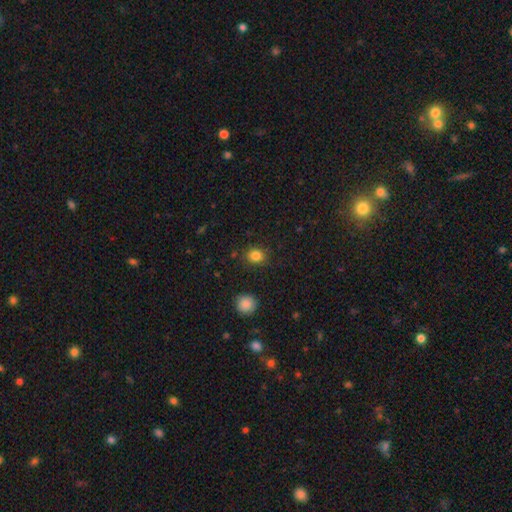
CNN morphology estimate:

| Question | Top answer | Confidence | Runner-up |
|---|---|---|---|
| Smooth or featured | smooth | 83% | star or artifact (12%) |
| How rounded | round | 64% | in between (35%) |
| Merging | none | 85% | minor disturbance (10%) |